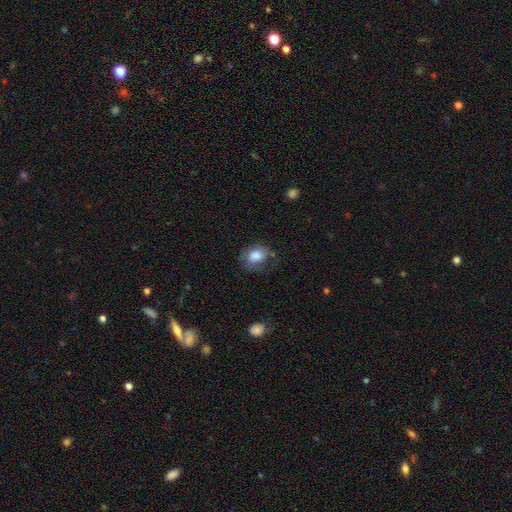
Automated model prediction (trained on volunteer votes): This appears to be a smooth galaxy with no disk features (74%) that is in between round and cigar-shaped (62%). Merging: none (55%).